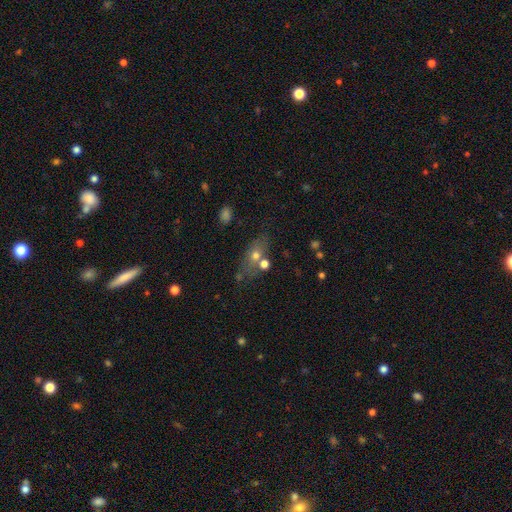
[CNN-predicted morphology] smooth 62%, featured or disk 25%, star or artifact 12%. Down the decision tree: how rounded — in between (66%); merging — none (54%).